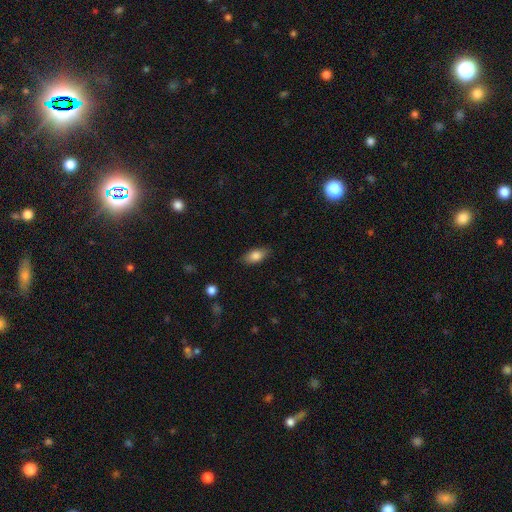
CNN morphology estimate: Q: Smooth or featured?
A: smooth (81%); runner-up: featured or disk (12%)
Q: How rounded?
A: in between (87%); runner-up: cigar-shaped (8%)
Q: Merging?
A: none (84%); runner-up: minor disturbance (12%)